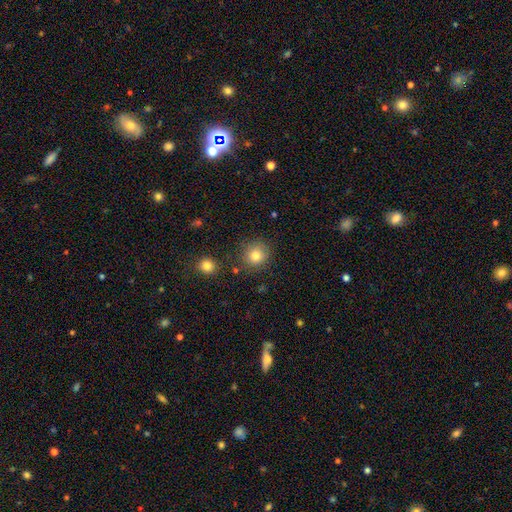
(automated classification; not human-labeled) This appears to be a smooth galaxy with no disk features (81%) that is round (88%). Merging: none (84%).